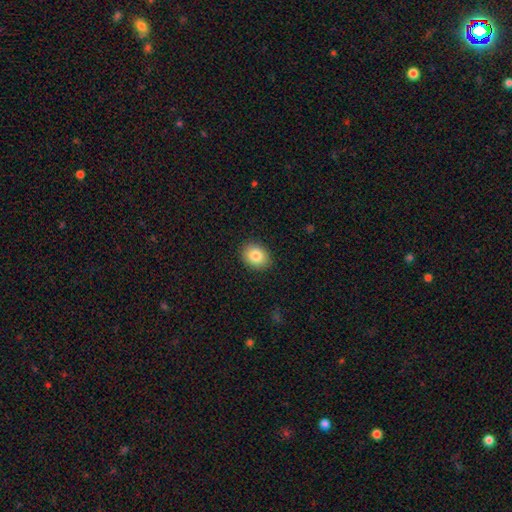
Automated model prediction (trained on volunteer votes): The model was most divided on "how rounded": in between: 52%, round: 47%, cigar-shaped: 1%. More confident: merging — none (90%); smooth or featured — smooth (84%).